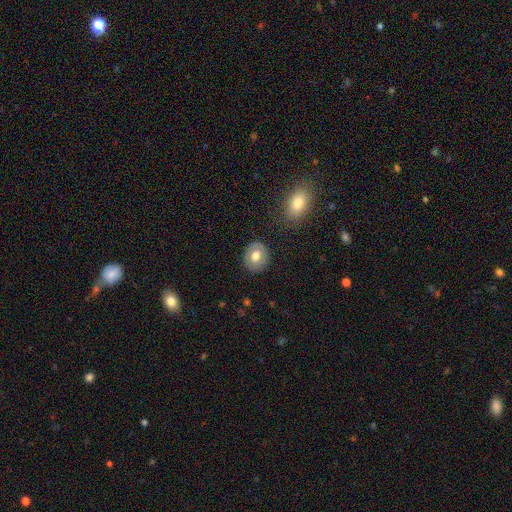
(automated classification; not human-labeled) Smooth or featured?
  - smooth: 69% *
  - featured or disk: 23%
  - star or artifact: 8%
How rounded?
  - round: 72% *
  - in between: 27%
  - cigar-shaped: 1%
Merging?
  - none: 86% *
  - minor disturbance: 10%
  - major disturbance: 3%
  - merger: 2%